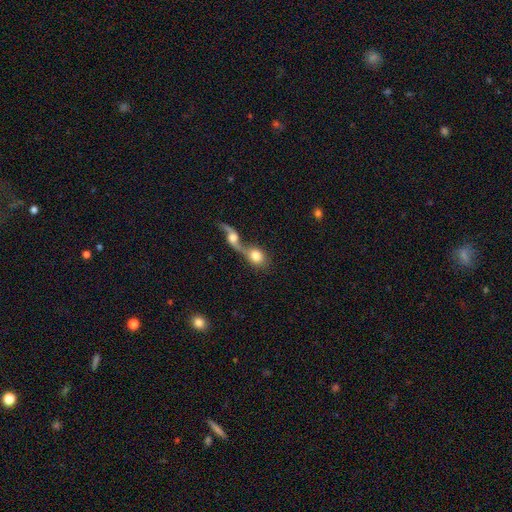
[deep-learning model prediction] Smooth or featured? smooth (67%)
How rounded? in between (50%)
Merging? merger (71%)